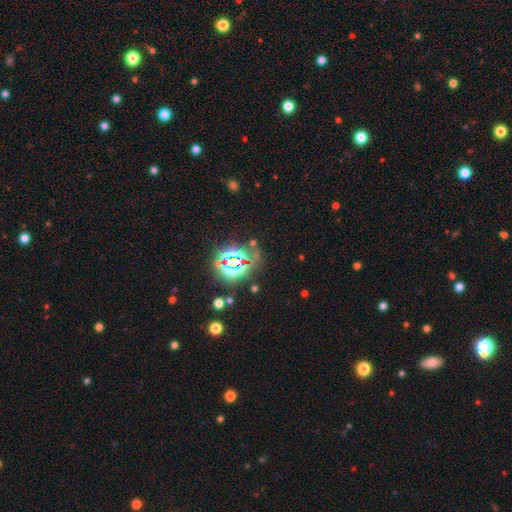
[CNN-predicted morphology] smooth_or_featured: star or artifact (p=0.78) [alt: smooth p=0.13]